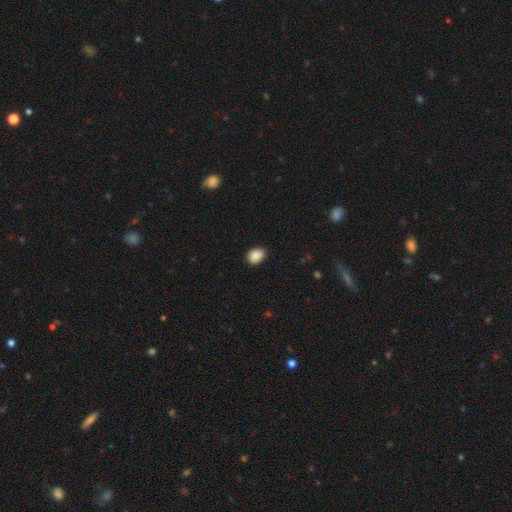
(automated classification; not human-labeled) This appears to be a smooth galaxy with no disk features (89%) that is in between round and cigar-shaped (72%). Merging: none (88%).